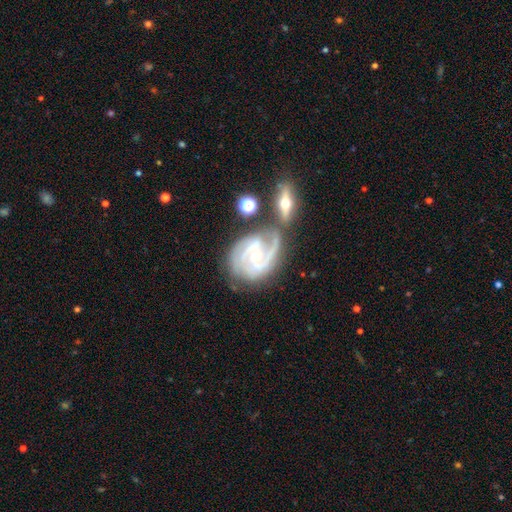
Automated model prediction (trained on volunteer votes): Overall: featured or disk (89%). Edge-on disk: no (96%). Bar: no (50%; weak 35%). Spiral arms: yes (97%). Spiral arm count: 2 (47%; 3 28%). Spiral winding: tight (53%; medium 38%). Bulge size: small (54%; moderate 43%). Merging: none (46%; merger 21%).